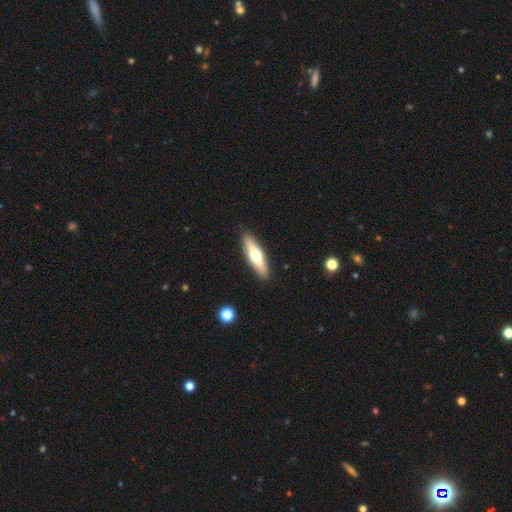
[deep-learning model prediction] Smooth or featured: smooth — 53% (featured or disk — 41%)
How rounded: cigar-shaped — 66% (in between — 32%)
Merging: none — 90% (minor disturbance — 7%)